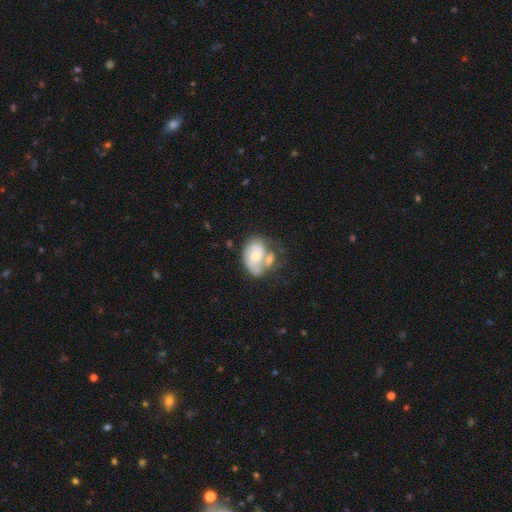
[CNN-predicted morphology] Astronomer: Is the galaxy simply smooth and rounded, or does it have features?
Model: featured or disk — 59% (runner-up: smooth, 34%).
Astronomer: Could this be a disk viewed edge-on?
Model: no — 97%.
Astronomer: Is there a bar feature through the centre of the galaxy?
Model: no — 73%.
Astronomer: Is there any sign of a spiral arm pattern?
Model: yes — 73%.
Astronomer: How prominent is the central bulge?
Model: moderate — 52% (runner-up: small, 37%).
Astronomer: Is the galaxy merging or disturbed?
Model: merger — 41% (runner-up: none, 28%).